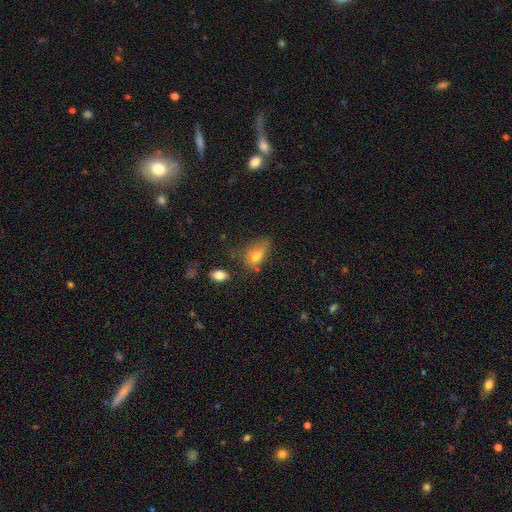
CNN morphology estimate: Smooth or featured: smooth — 70% (featured or disk — 19%)
How rounded: in between — 81% (round — 13%)
Merging: none — 40% (minor disturbance — 34%)